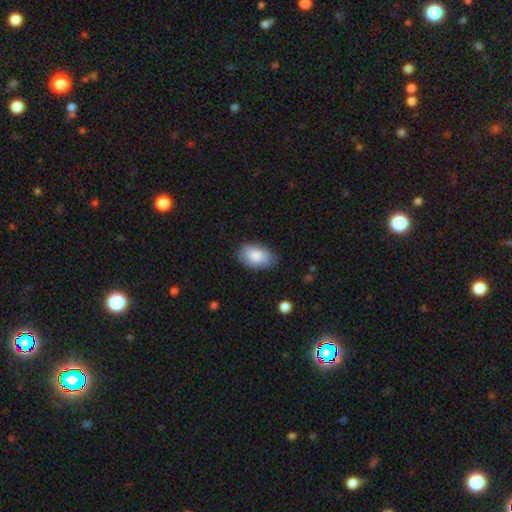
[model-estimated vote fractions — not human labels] A smooth galaxy with no disk features (85%) that is in between round and cigar-shaped (93%). Merging: none (79%).